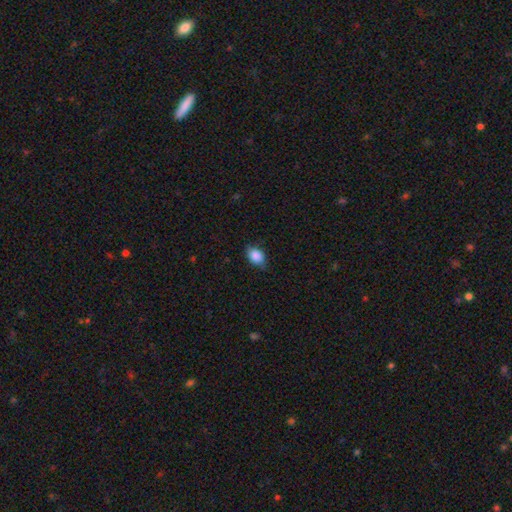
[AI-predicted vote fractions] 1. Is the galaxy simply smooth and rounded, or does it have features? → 87% smooth, 8% star or artifact, 5% featured or disk.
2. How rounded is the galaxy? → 75% in between, 23% round, 1% cigar-shaped.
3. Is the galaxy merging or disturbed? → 74% none, 21% minor disturbance, 4% major disturbance, 1% merger.